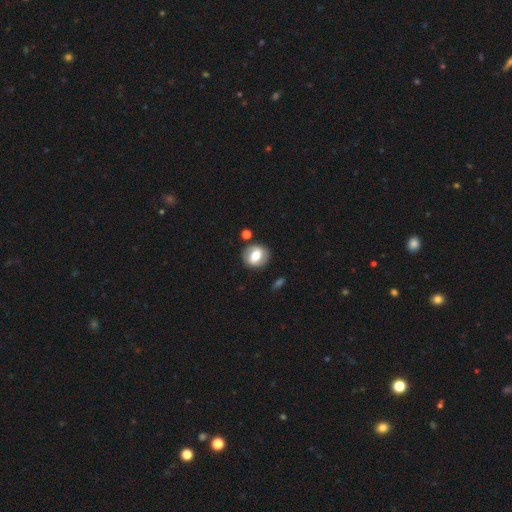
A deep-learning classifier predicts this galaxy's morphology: Smooth or featured? Predicted: smooth (p=0.58). How rounded? Predicted: round (p=0.69). Merging? Predicted: none (p=0.81).